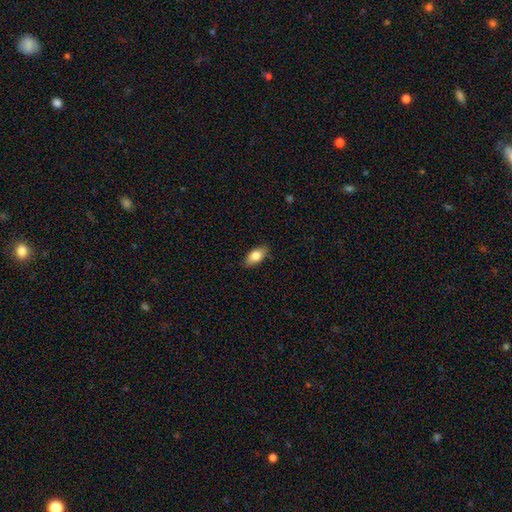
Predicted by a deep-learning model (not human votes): Overall: smooth (82%). How rounded: in between (89%). Merging: none (86%).